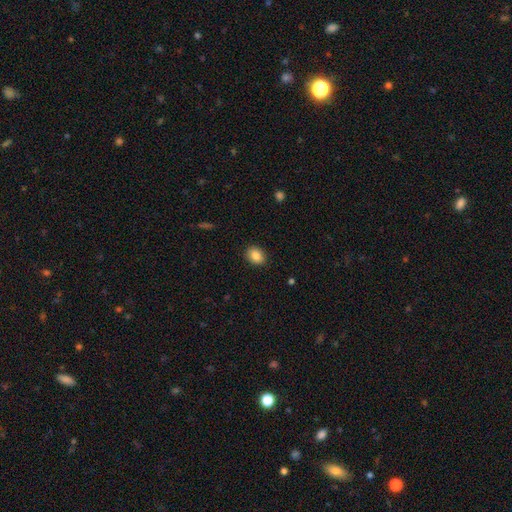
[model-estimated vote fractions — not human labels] This is clearly a smooth galaxy (86%). How rounded: possibly in between (60%). Merging: clearly none (89%).